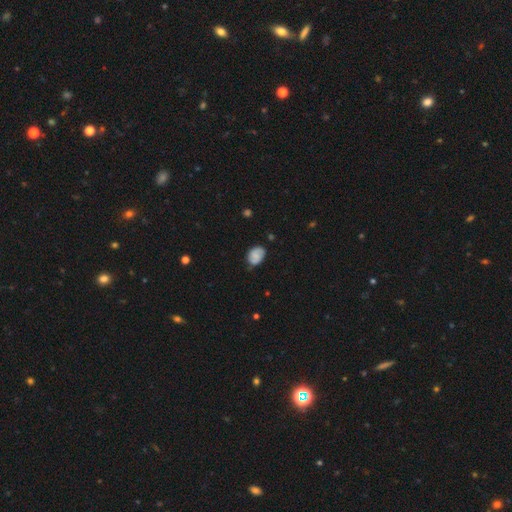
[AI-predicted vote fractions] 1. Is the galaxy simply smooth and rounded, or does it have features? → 63% smooth, 28% featured or disk, 9% star or artifact.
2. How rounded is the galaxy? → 74% in between, 25% round, 1% cigar-shaped.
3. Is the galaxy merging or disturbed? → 66% none, 26% minor disturbance, 5% major disturbance, 2% merger.